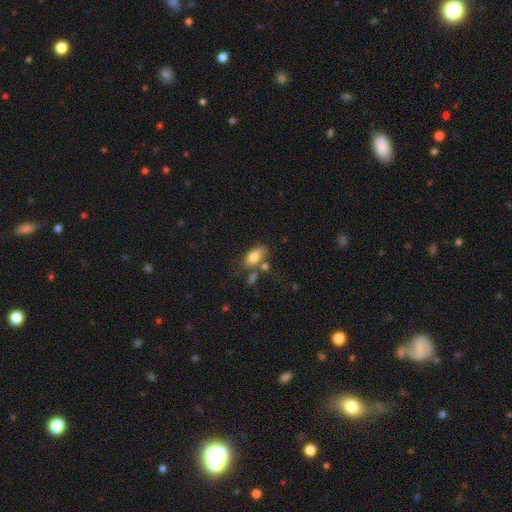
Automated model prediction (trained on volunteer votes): The model was most divided on "merging": none: 54%, merger: 20%, minor disturbance: 19%, major disturbance: 7%. More confident: how rounded — in between (87%); smooth or featured — smooth (78%).